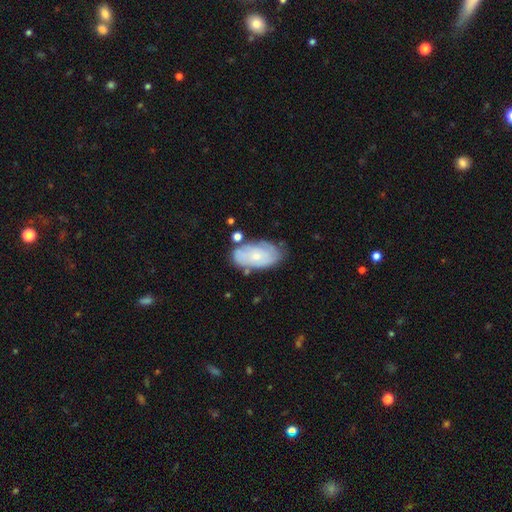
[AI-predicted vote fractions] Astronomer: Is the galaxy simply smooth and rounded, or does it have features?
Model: featured or disk — 54% (runner-up: smooth, 39%).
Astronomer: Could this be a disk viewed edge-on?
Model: no — 93%.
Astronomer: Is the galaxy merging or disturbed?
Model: none — 66%.